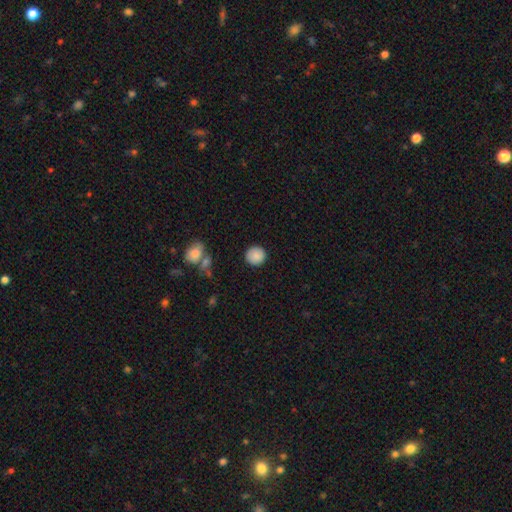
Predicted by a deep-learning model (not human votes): smooth-or-featured: smooth: 87% | star or artifact: 8% | featured or disk: 5%
  how-rounded: round: 92% | in between: 7% | cigar-shaped: 1%
  merging: none: 90% | minor disturbance: 7% | major disturbance: 2% | merger: 2%